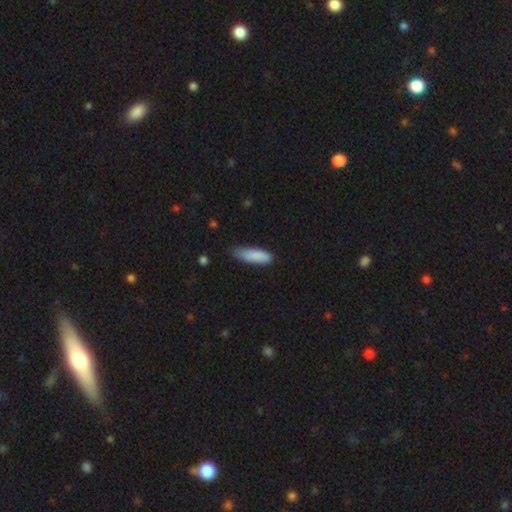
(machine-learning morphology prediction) type=smooth (87%); roundness=cigar-shaped (51%); merging=none (62%).